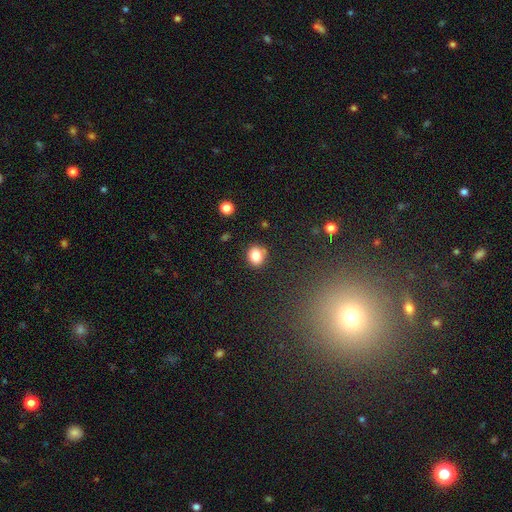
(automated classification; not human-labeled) This is clearly a smooth galaxy (84%). How rounded: likely round (70%). Merging: clearly none (82%).